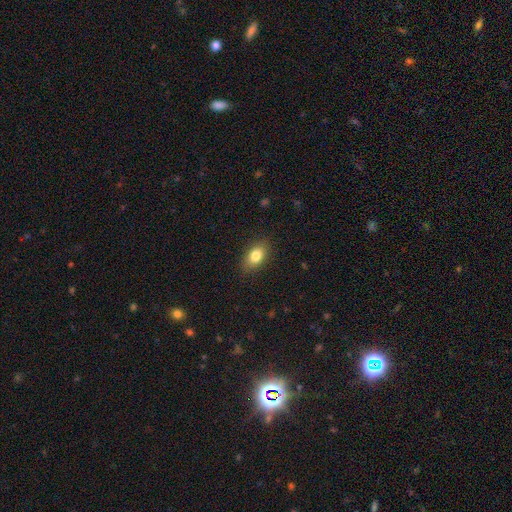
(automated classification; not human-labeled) This appears to be a smooth galaxy with no disk features (81%) that is in between round and cigar-shaped (87%). Merging: none (86%).